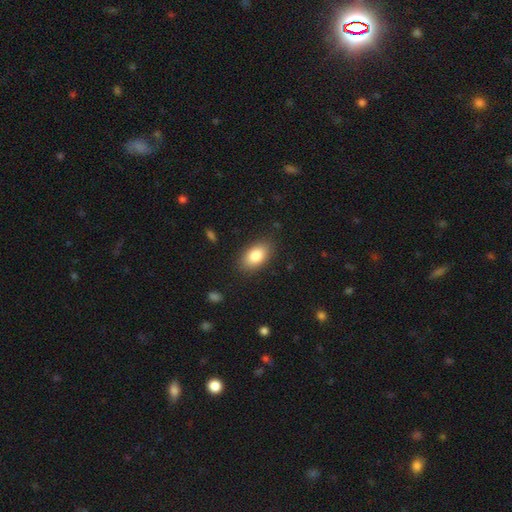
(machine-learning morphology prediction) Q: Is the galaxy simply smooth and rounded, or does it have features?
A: smooth — 84%.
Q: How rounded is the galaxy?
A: in between — 92%.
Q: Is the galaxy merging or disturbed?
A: none — 86%.